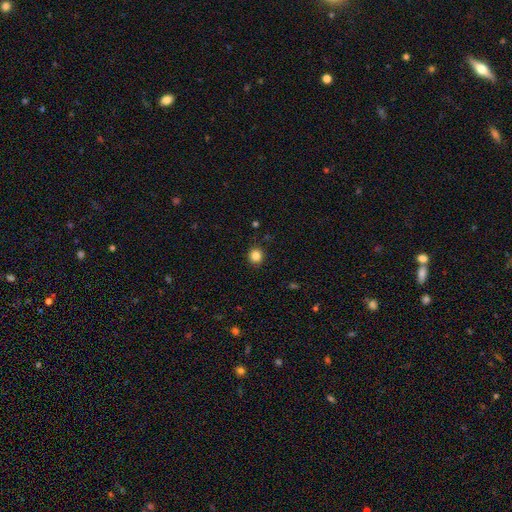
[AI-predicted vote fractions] This appears to be a smooth galaxy with no disk features (84%) that is round (90%). Merging: none (91%).